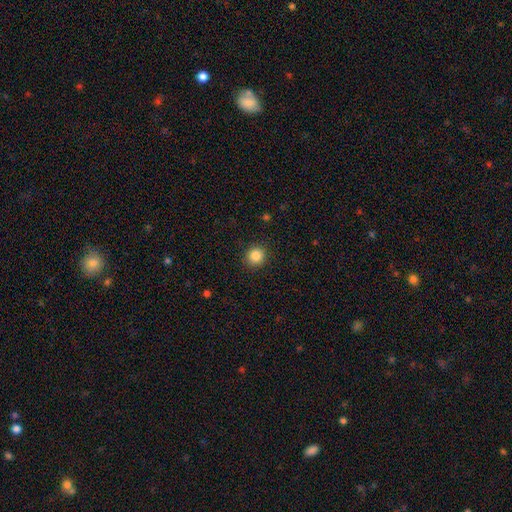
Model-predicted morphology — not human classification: Smooth or featured? smooth (85%)
How rounded? round (91%)
Merging? none (91%)